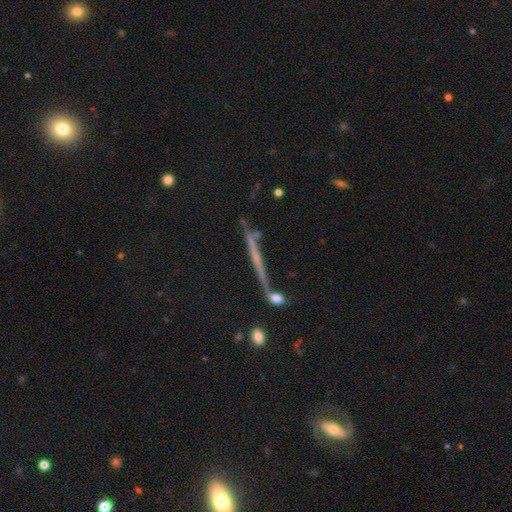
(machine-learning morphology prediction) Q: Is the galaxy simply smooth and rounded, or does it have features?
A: featured or disk — 52%.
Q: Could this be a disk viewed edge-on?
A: yes — 92%.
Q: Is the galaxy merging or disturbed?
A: none — 71%.